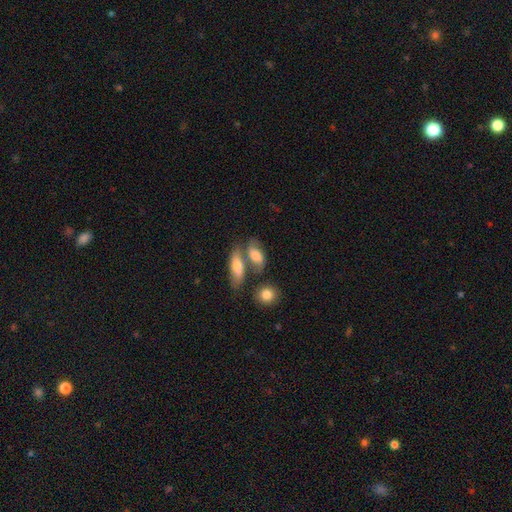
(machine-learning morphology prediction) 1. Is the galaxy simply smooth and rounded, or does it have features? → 69% smooth, 23% featured or disk, 8% star or artifact.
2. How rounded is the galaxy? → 79% in between, 15% cigar-shaped, 6% round.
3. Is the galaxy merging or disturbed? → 41% merger, 38% none, 14% minor disturbance, 7% major disturbance.